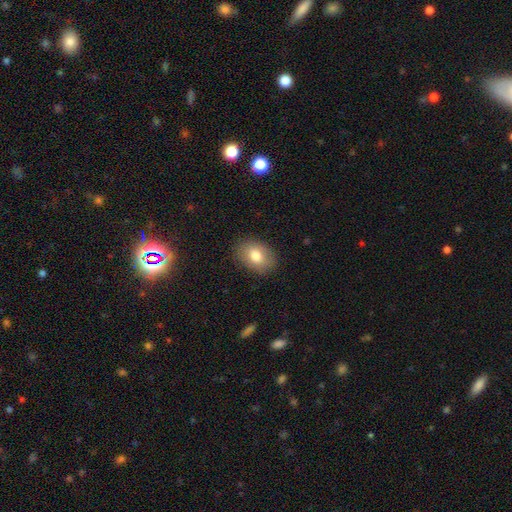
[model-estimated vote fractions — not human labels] A smooth galaxy with no disk features (78%) that is in between round and cigar-shaped (77%). Merging: none (85%).